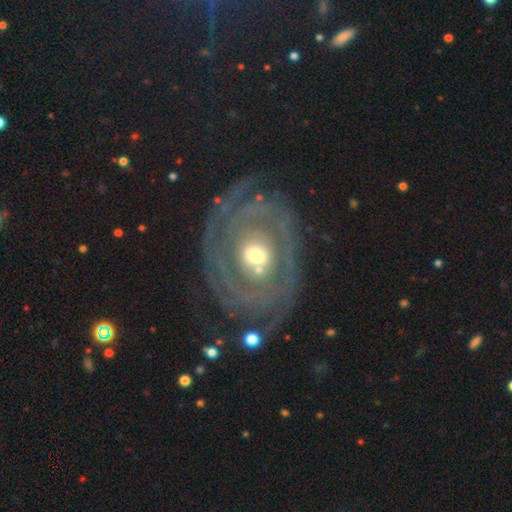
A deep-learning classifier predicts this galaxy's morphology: This appears to be a featured or disk galaxy (80%) with no bar (69%), tight (69%) spiral arms (73%) and a moderate central bulge (56%). Merging: none (69%).